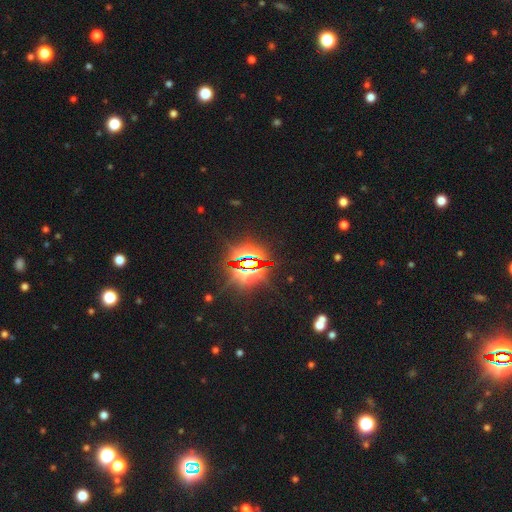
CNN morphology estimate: Smooth or featured? star or artifact (82%)